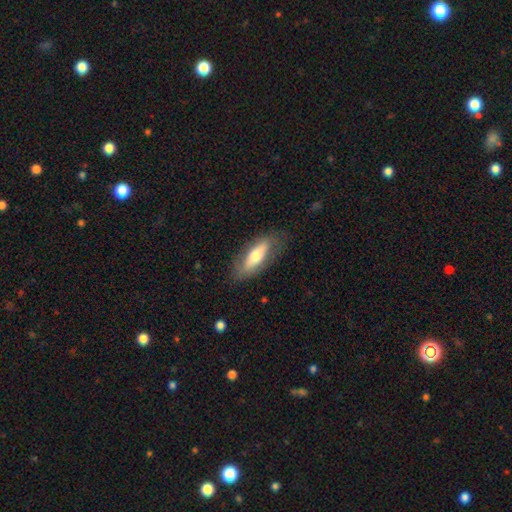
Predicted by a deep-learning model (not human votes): Q: Smooth or featured?
A: smooth (61%); runner-up: featured or disk (33%)
Q: How rounded?
A: in between (65%); runner-up: cigar-shaped (33%)
Q: Merging?
A: none (77%); runner-up: minor disturbance (16%)